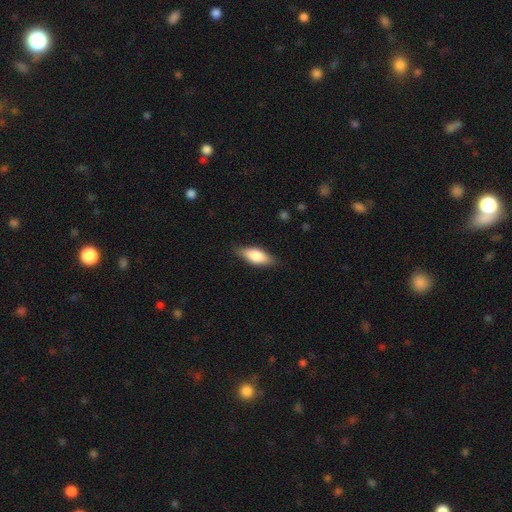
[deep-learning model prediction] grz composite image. It shows a smooth galaxy with no disk features (74%) that is in between round and cigar-shaped (75%). Merging: none (84%).